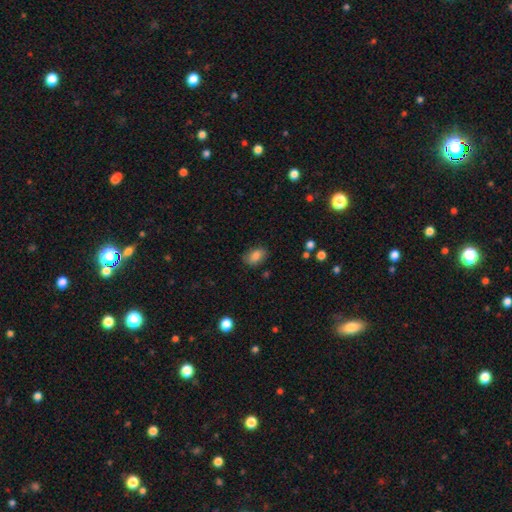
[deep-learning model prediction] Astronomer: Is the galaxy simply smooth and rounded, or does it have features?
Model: smooth — 82%.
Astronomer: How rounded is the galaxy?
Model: in between — 86%.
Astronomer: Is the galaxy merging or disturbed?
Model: none — 79%.